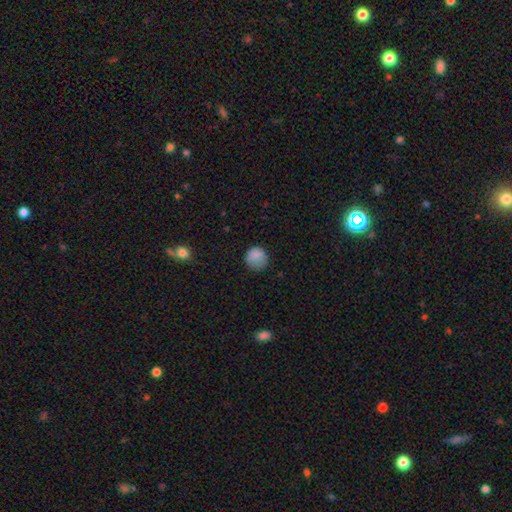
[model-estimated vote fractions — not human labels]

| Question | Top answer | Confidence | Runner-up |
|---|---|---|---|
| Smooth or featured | smooth | 84% | star or artifact (10%) |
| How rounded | round | 88% | in between (11%) |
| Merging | none | 73% | minor disturbance (20%) |